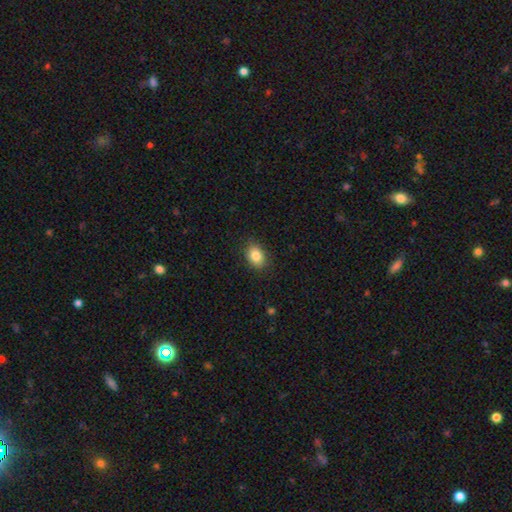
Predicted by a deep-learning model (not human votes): smooth_or_featured: smooth (p=0.85) [alt: star or artifact p=0.09]
how_rounded: in between (p=0.72) [alt: round p=0.27]
merging: none (p=0.85) [alt: minor disturbance p=0.11]